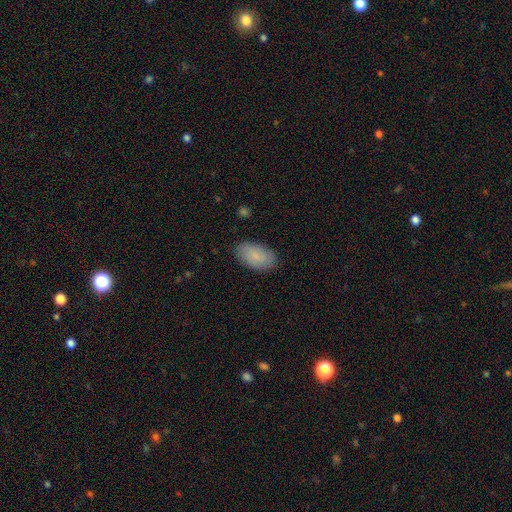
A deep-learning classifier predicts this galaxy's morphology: This is clearly a smooth galaxy (83%). How rounded: clearly in between (95%). Merging: clearly none (86%).